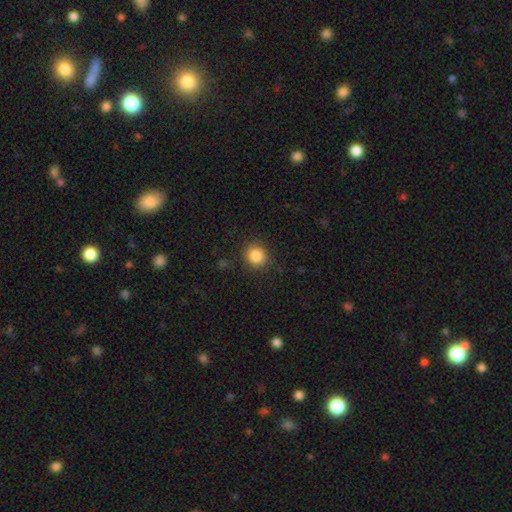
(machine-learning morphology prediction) This appears to be a smooth galaxy with no disk features (86%) that is round (87%). Merging: none (87%).